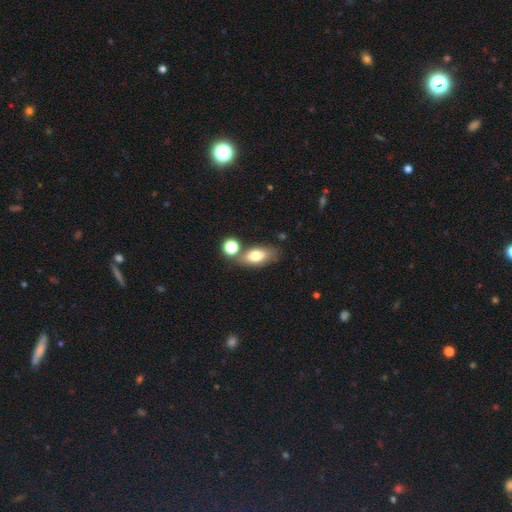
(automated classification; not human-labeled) Morphology: type=smooth (73%); roundness=in between (81%); merging=none (61%).